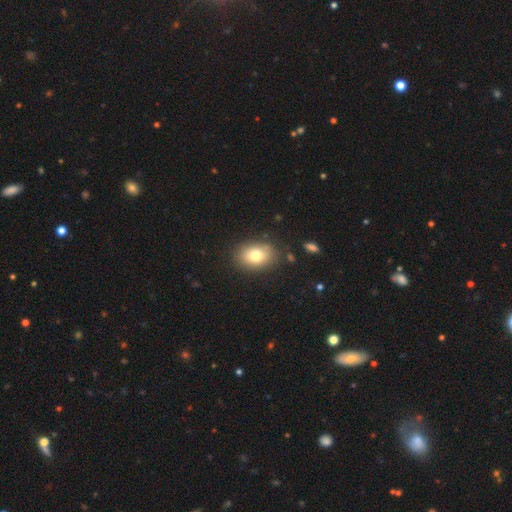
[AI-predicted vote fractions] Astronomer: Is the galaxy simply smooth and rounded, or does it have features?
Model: smooth — 78%.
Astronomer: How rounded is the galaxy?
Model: in between — 74%.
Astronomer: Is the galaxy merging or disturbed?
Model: none — 83%.